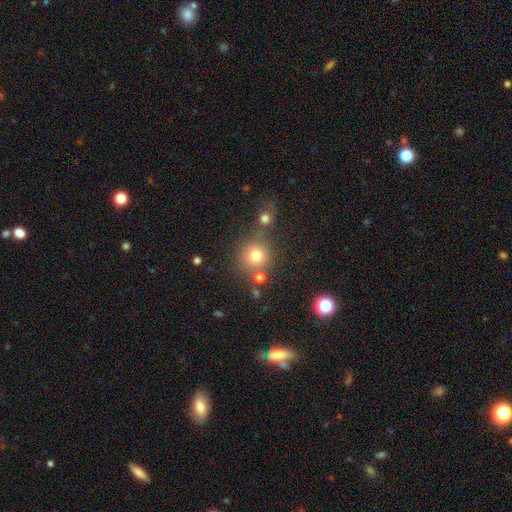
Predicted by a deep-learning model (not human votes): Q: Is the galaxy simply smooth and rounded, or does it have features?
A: smooth — 76%.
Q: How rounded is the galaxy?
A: round — 89%.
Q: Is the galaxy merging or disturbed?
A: none — 65%.